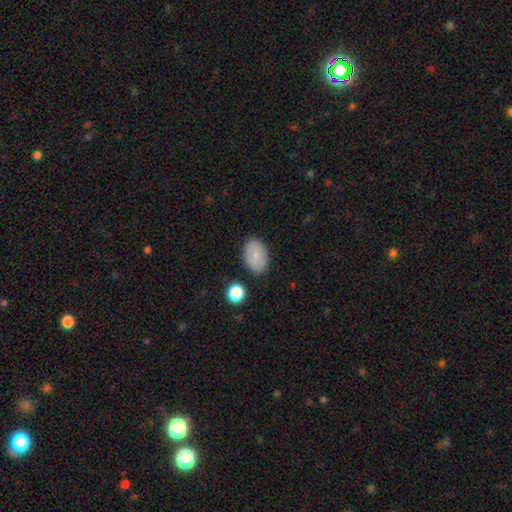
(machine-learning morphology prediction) This is likely a smooth galaxy (76%). How rounded: clearly in between (87%). Merging: clearly none (84%).